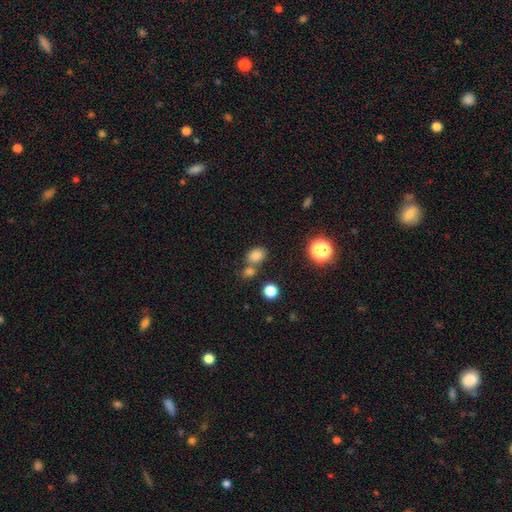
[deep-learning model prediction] Smooth or featured: smooth — 79% (star or artifact — 15%)
How rounded: in between — 61% (round — 38%)
Merging: none — 55% (merger — 30%)